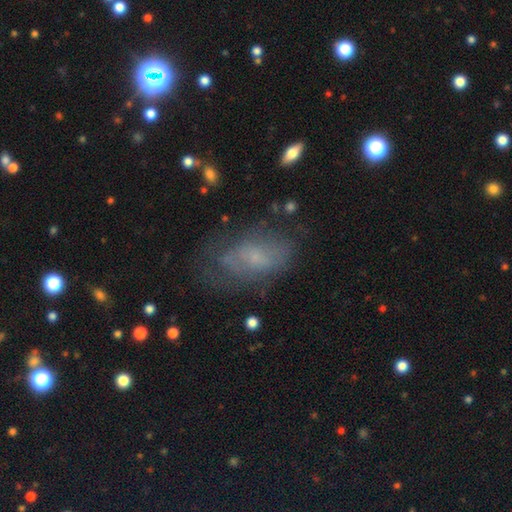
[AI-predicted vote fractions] This is marginally a featured or disk galaxy (44%). Merging: possibly none (58%).